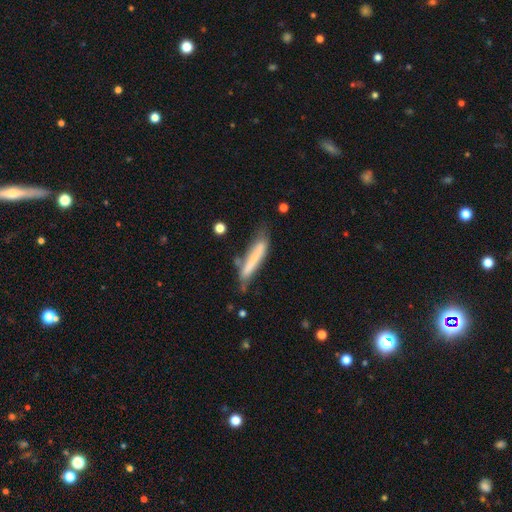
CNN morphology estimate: This appears to be a smooth galaxy with no disk features (65%) that is cigar-shaped (89%). Merging: none (49%).